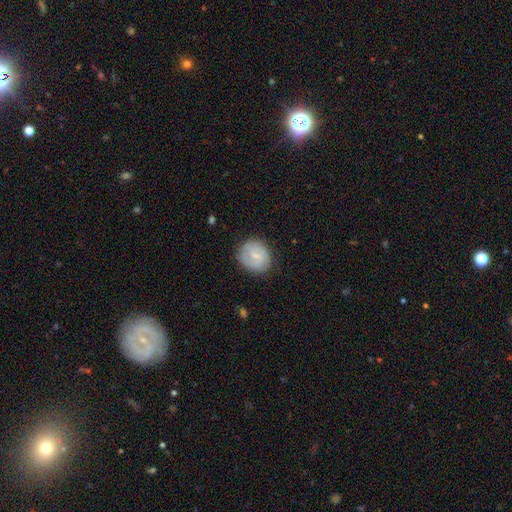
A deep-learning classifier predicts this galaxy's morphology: Smooth or featured: smooth — 48% (featured or disk — 45%)
Merging: none — 76% (minor disturbance — 17%)